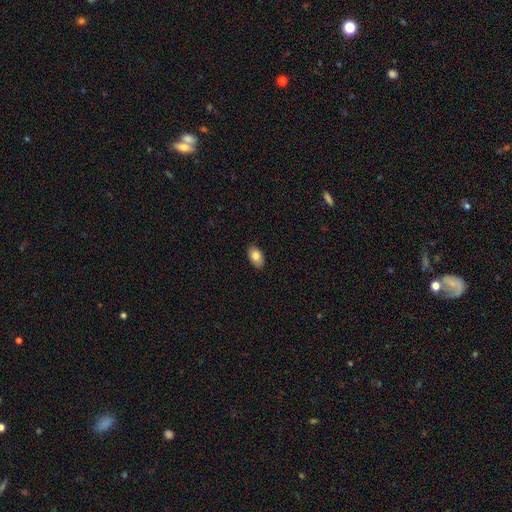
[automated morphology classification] Q: Smooth or featured?
A: smooth (82%); runner-up: featured or disk (11%)
Q: How rounded?
A: in between (91%); runner-up: round (7%)
Q: Merging?
A: none (88%); runner-up: minor disturbance (9%)